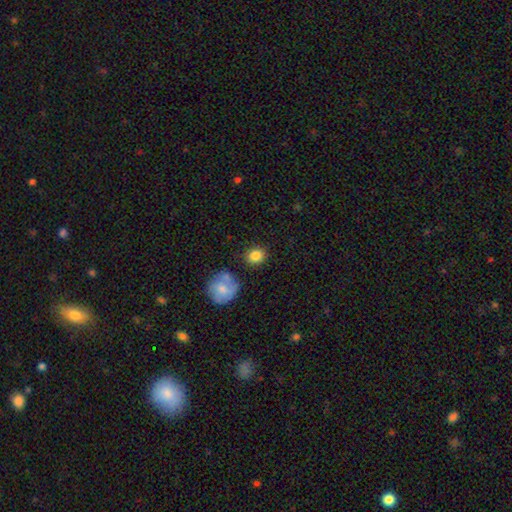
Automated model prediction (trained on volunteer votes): Smooth or featured? Predicted: smooth (p=0.85). How rounded? Predicted: round (p=0.78). Merging? Predicted: none (p=0.83).